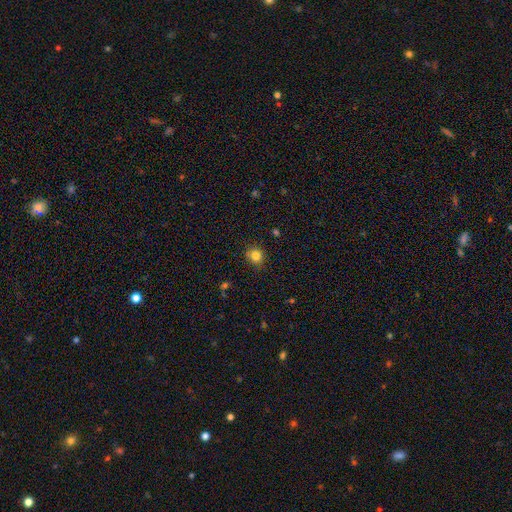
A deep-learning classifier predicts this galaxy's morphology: A smooth galaxy with no disk features (82%) that is round (83%). Merging: none (83%).